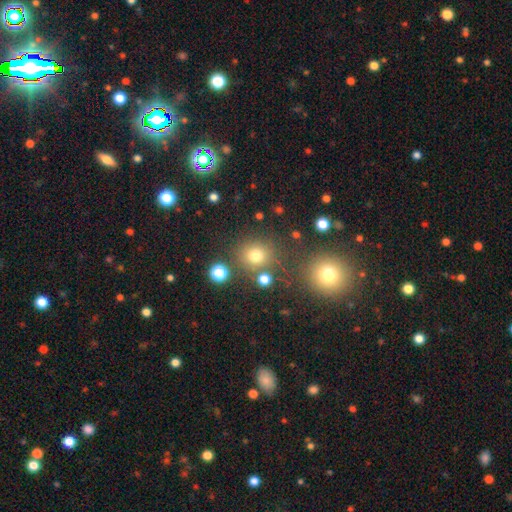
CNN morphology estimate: smooth 71%, star or artifact 21%, featured or disk 8%. Down the decision tree: how rounded — round (89%); merging — none (78%).